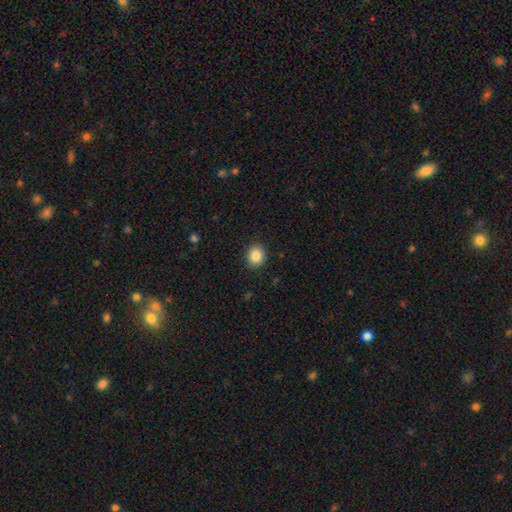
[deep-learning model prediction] smooth-or-featured: smooth: 86% | star or artifact: 9% | featured or disk: 4%
  how-rounded: round: 76% | in between: 23% | cigar-shaped: 1%
  merging: none: 90% | minor disturbance: 7% | major disturbance: 2% | merger: 1%